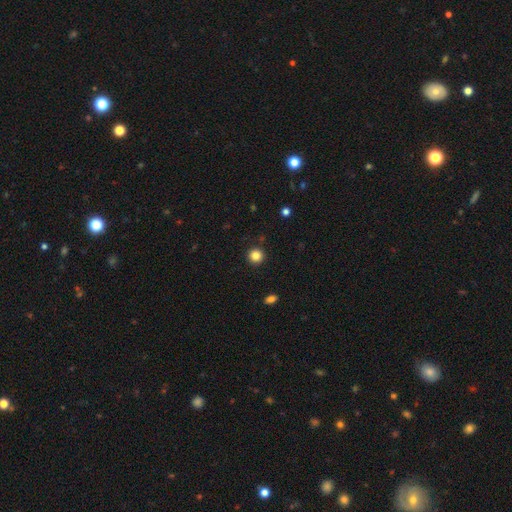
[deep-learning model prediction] Smooth or featured?
  - smooth: 84% *
  - star or artifact: 12%
  - featured or disk: 5%
How rounded?
  - round: 95% *
  - in between: 4%
  - cigar-shaped: 1%
Merging?
  - none: 92% *
  - minor disturbance: 5%
  - major disturbance: 2%
  - merger: 1%